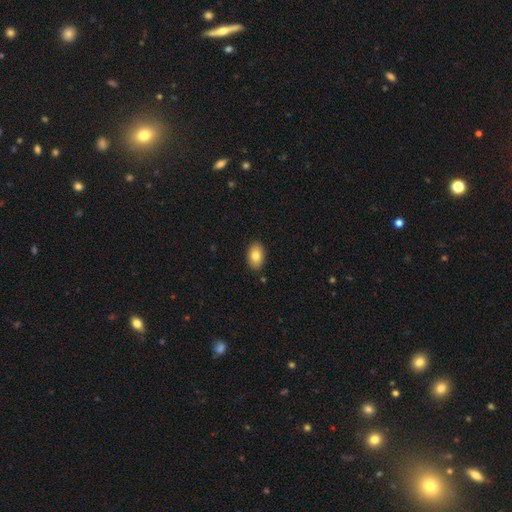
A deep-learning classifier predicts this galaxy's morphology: The model was most divided on "smooth or featured": smooth: 82%, featured or disk: 11%, star or artifact: 7%. More confident: how rounded — in between (90%); merging — none (89%).